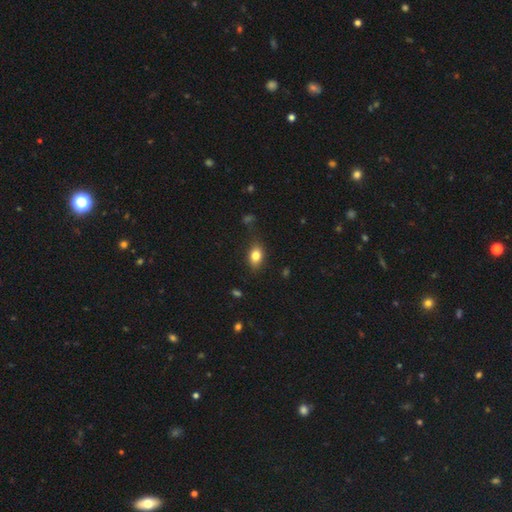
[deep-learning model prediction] Smooth or featured? smooth (81%)
How rounded? in between (79%)
Merging? none (78%)